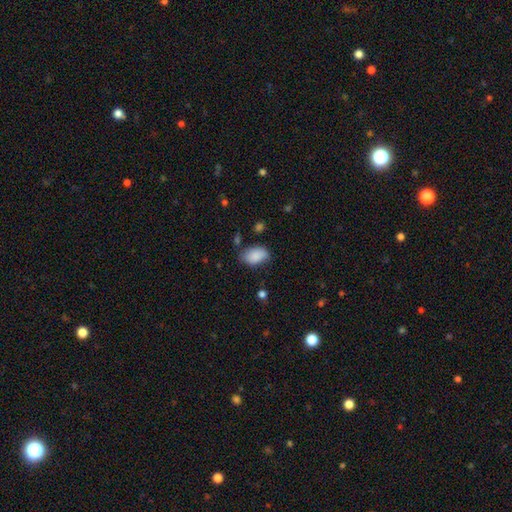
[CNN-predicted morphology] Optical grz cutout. It shows a smooth galaxy with no disk features (87%) that is in between round and cigar-shaped (91%). Merging: none (67%).